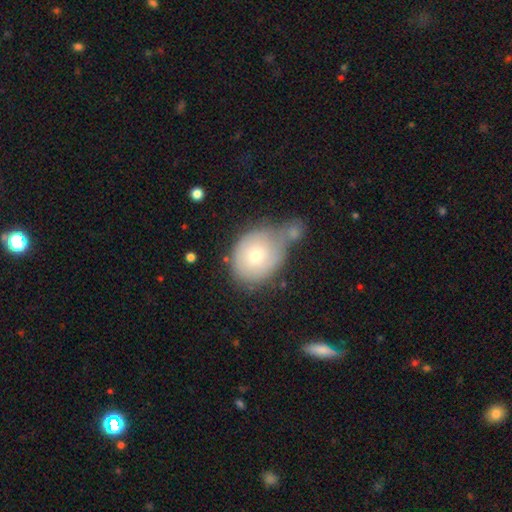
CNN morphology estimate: A smooth galaxy with no disk features (67%) that is round (59%).

Vote fractions:
- Smooth or featured? smooth: 67% / featured or disk: 25% / star or artifact: 8%
- How rounded? round: 59% / in between: 40% / cigar-shaped: 1%
- Merging? merger: 39% / none: 34% / minor disturbance: 18% / major disturbance: 9%